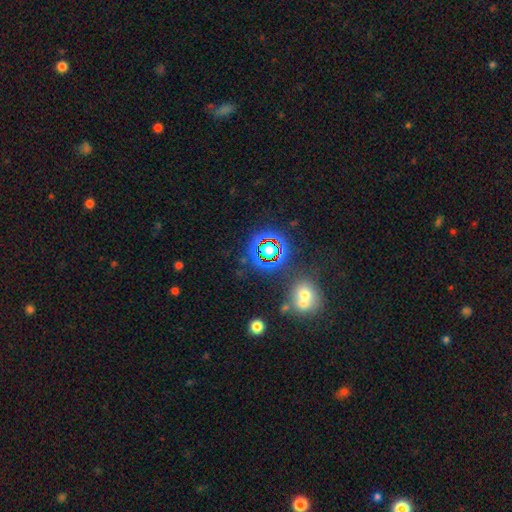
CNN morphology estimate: This is possibly a star or artifact rather than a galaxy (57%).